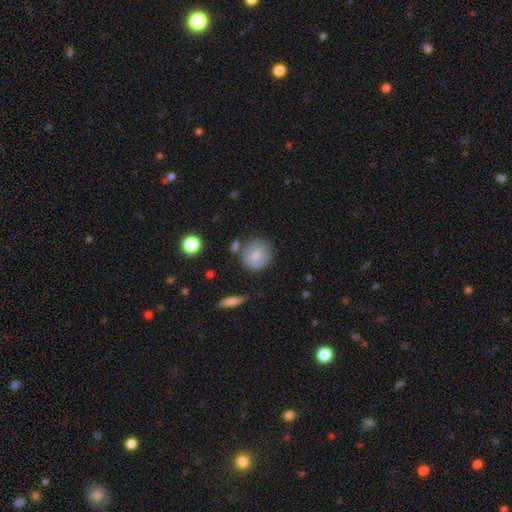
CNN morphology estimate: Smooth or featured: smooth — 73% (featured or disk — 19%)
How rounded: round — 89% (in between — 10%)
Merging: none — 71% (minor disturbance — 16%)